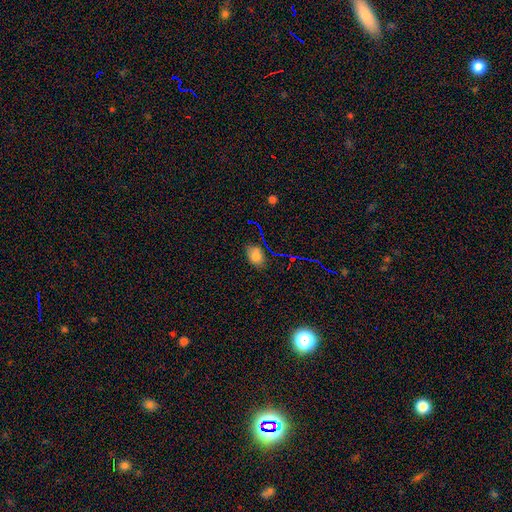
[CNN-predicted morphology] A smooth galaxy with no disk features (76%) that is in between round and cigar-shaped (76%). Merging: none (76%).